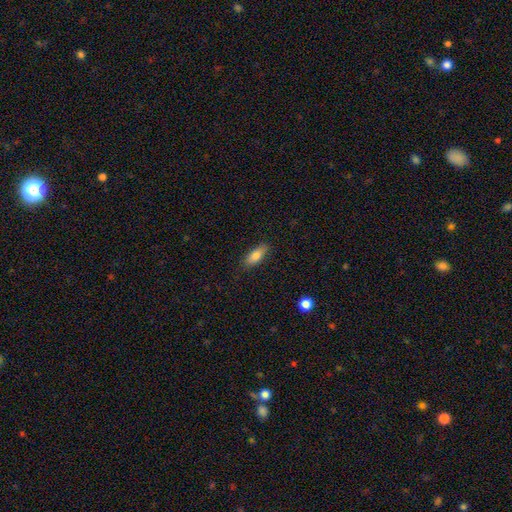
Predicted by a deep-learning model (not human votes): Morphology: type=smooth (80%); roundness=in between (71%); merging=none (84%).